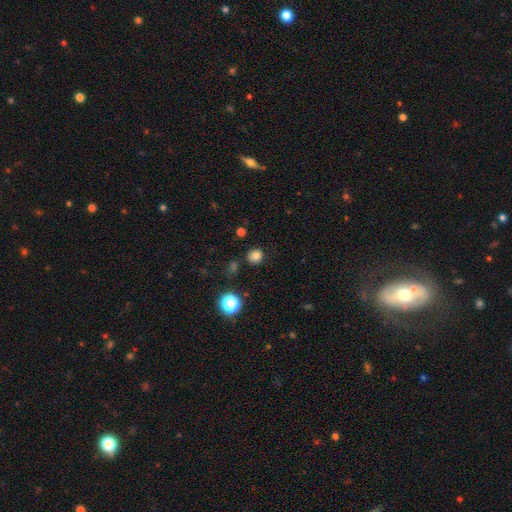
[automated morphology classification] smooth 79%, star or artifact 16%, featured or disk 5%. Down the decision tree: how rounded — round (84%); merging — none (84%).